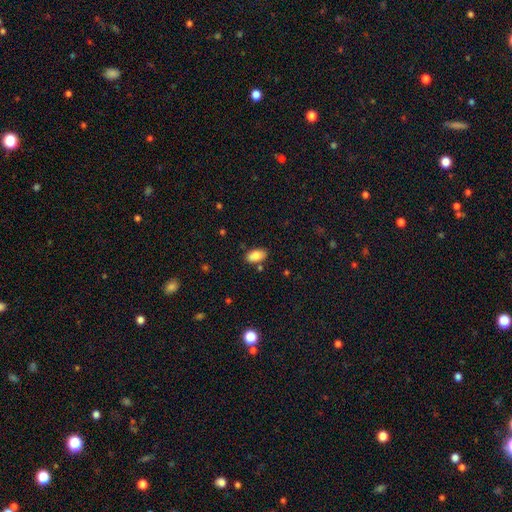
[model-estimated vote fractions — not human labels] Smooth or featured? Predicted: smooth (p=0.84). How rounded? Predicted: in between (p=0.94). Merging? Predicted: none (p=0.81).